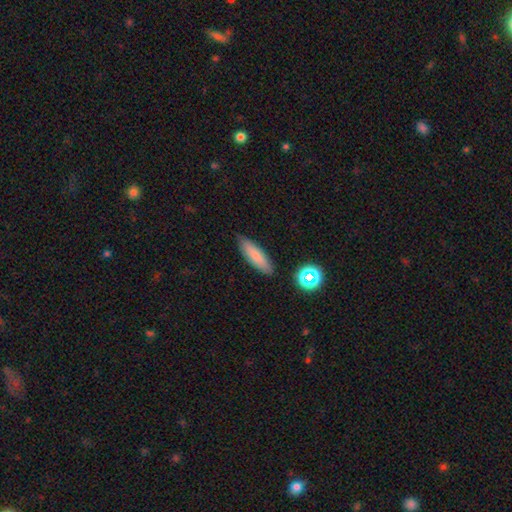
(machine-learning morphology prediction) A smooth galaxy with no disk features (80%) that is cigar-shaped (58%). Merging: none (84%).